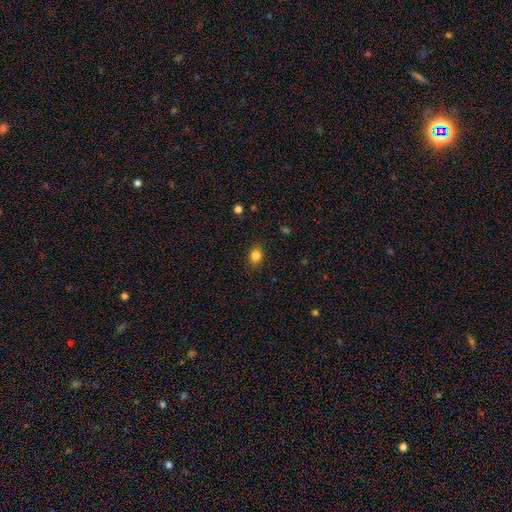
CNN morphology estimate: Smooth or featured? Predicted: smooth (p=0.84). How rounded? Predicted: in between (p=0.53). Merging? Predicted: none (p=0.88).